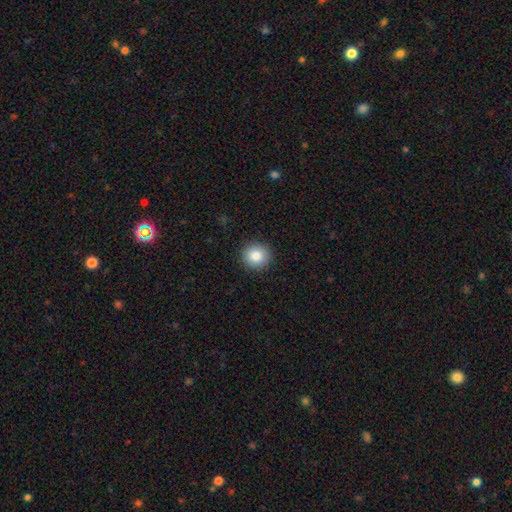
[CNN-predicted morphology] smooth 85%, star or artifact 9%, featured or disk 6%. Down the decision tree: how rounded — round (93%); merging — none (91%).